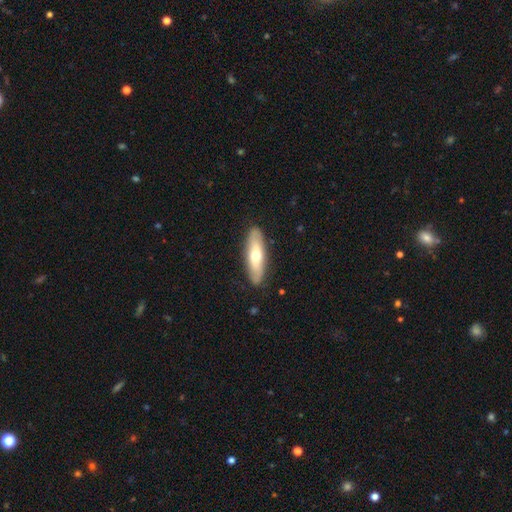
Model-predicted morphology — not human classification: Smooth or featured?
  - smooth: 59% *
  - featured or disk: 37%
  - star or artifact: 5%
How rounded?
  - cigar-shaped: 59% *
  - in between: 38%
  - round: 2%
Merging?
  - none: 88% *
  - minor disturbance: 9%
  - major disturbance: 2%
  - merger: 1%